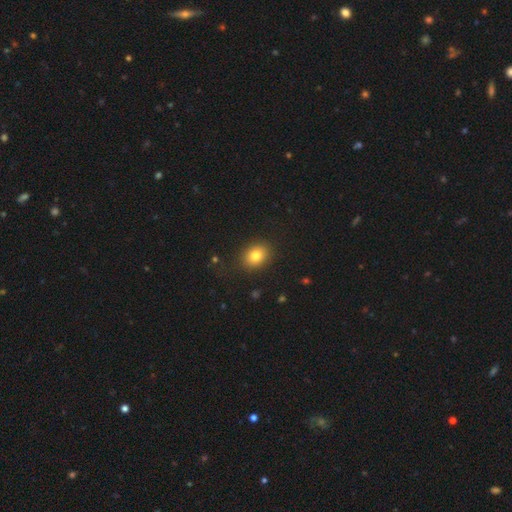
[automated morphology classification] type=smooth (81%); roundness=in between (55%); merging=none (87%).